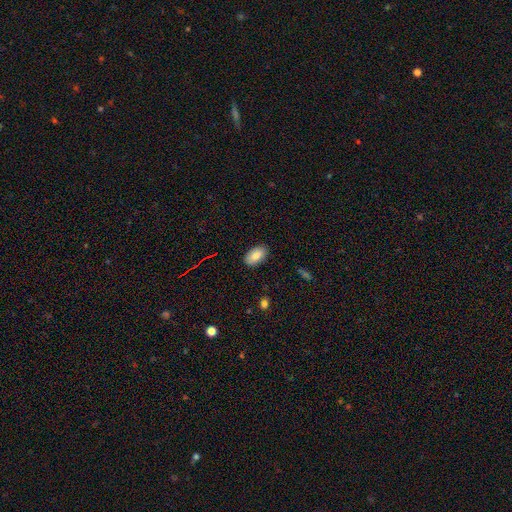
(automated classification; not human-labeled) Q: Smooth or featured?
A: smooth (82%); runner-up: featured or disk (11%)
Q: How rounded?
A: in between (94%); runner-up: round (5%)
Q: Merging?
A: none (87%); runner-up: minor disturbance (10%)